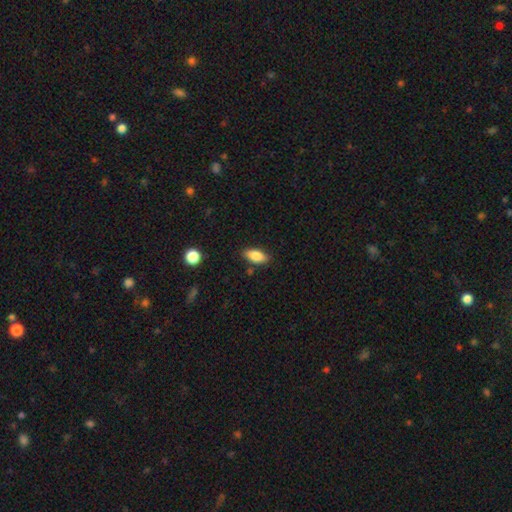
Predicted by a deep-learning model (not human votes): Smooth or featured? smooth (83%)
How rounded? in between (86%)
Merging? none (83%)